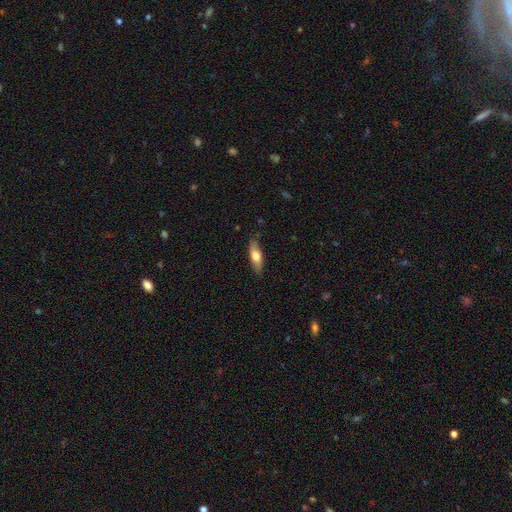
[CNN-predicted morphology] The model was most divided on "how rounded": in between: 50%, cigar-shaped: 48%, round: 3%. More confident: merging — none (82%); smooth or featured — smooth (62%).